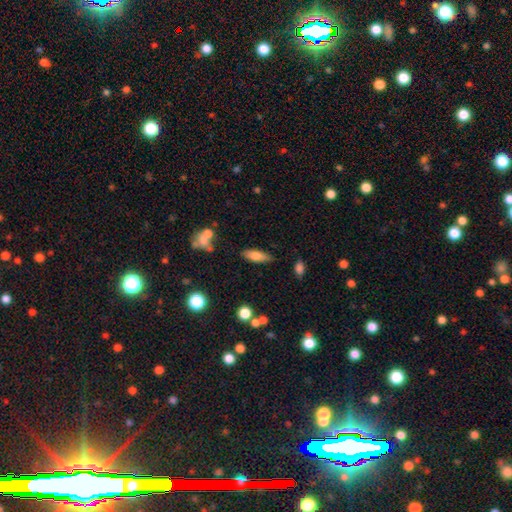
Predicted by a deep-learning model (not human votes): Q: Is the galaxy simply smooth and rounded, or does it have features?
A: smooth — 70%.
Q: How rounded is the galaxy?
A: in between — 63%.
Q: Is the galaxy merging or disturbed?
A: none — 80%.